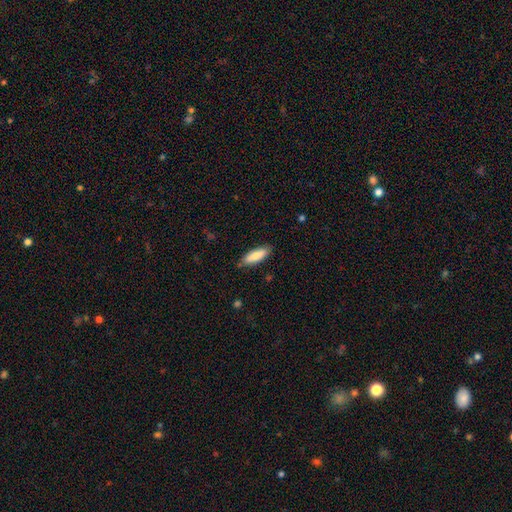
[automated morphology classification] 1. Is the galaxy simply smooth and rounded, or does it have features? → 83% smooth, 11% featured or disk, 6% star or artifact.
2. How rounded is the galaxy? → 61% in between, 37% cigar-shaped, 2% round.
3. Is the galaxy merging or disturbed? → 84% none, 12% minor disturbance, 2% major disturbance, 1% merger.